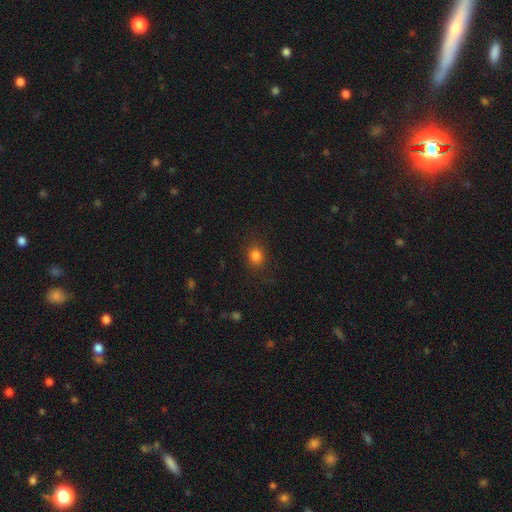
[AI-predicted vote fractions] smooth_or_featured: smooth (p=0.82) [alt: star or artifact p=0.13]
how_rounded: round (p=0.62) [alt: in between p=0.37]
merging: none (p=0.84) [alt: minor disturbance p=0.11]